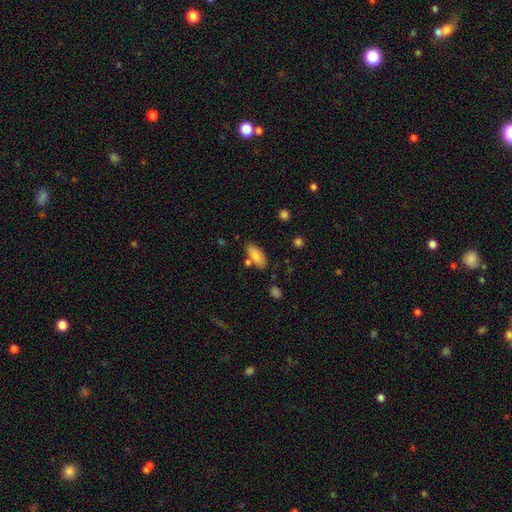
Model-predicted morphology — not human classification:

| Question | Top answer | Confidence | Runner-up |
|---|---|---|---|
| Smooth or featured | smooth | 81% | featured or disk (13%) |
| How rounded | in between | 85% | cigar-shaped (13%) |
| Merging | none | 73% | minor disturbance (13%) |